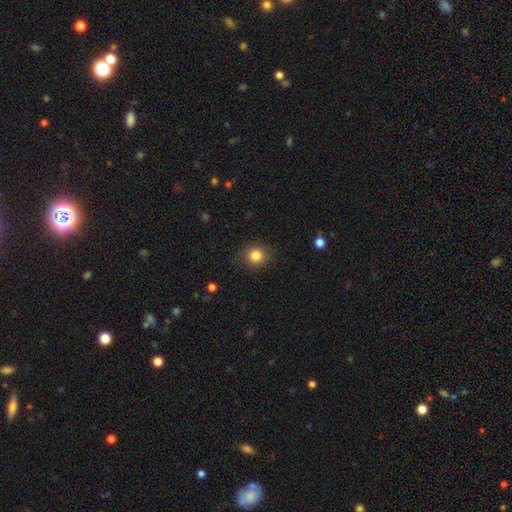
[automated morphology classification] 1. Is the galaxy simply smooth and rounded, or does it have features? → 83% smooth, 11% star or artifact, 6% featured or disk.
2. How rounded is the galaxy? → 87% round, 12% in between, 1% cigar-shaped.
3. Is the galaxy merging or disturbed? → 87% none, 9% minor disturbance, 3% major disturbance, 1% merger.